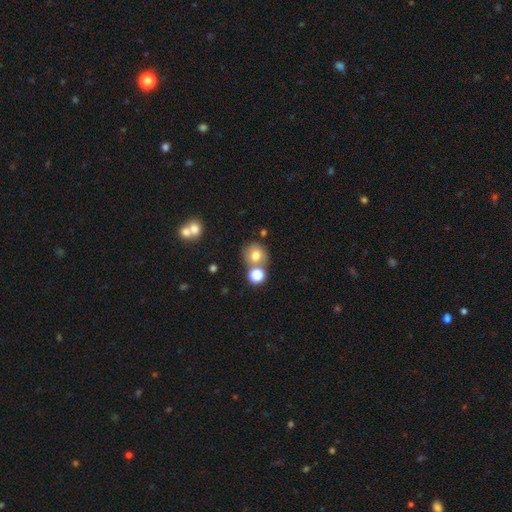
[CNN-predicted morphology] Q: Smooth or featured?
A: smooth (73%); runner-up: star or artifact (14%)
Q: How rounded?
A: round (83%); runner-up: in between (16%)
Q: Merging?
A: none (59%); runner-up: merger (25%)